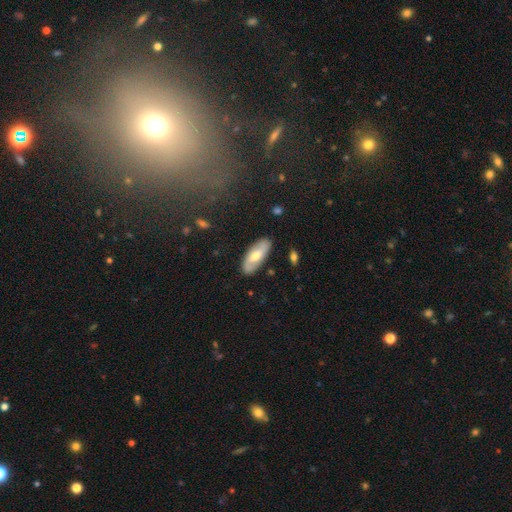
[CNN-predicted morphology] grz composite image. It shows a featured or disk galaxy (48%). Merging: none (86%).